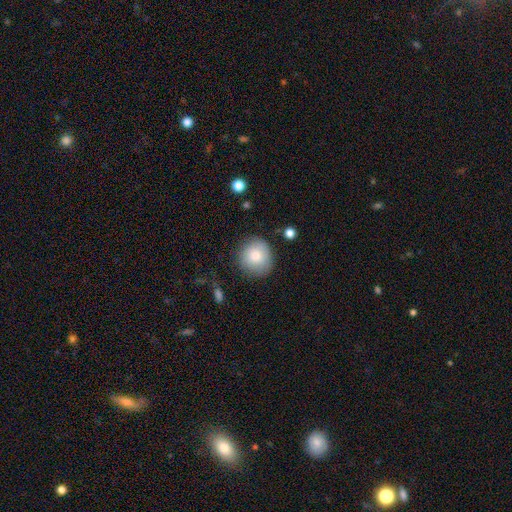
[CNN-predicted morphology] type=smooth (81%); roundness=round (91%); merging=none (82%).